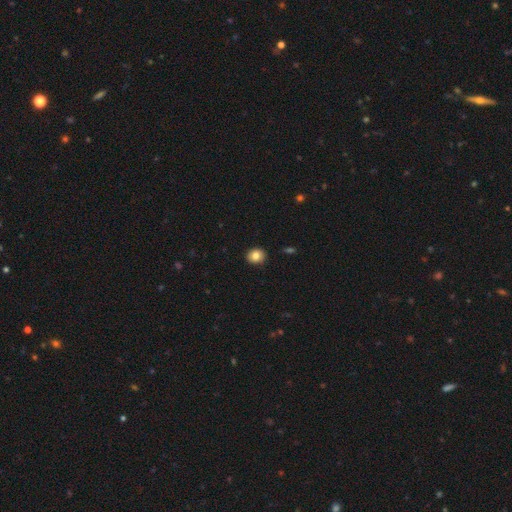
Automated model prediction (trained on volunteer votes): Q: Smooth or featured?
A: smooth (83%); runner-up: star or artifact (9%)
Q: How rounded?
A: round (67%); runner-up: in between (32%)
Q: Merging?
A: none (91%); runner-up: minor disturbance (7%)